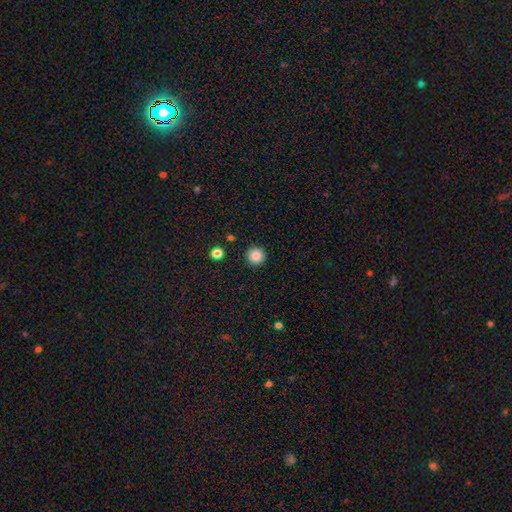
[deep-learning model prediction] Smooth or featured: smooth — 86% (star or artifact — 10%)
How rounded: round — 96% (in between — 3%)
Merging: none — 92% (minor disturbance — 5%)